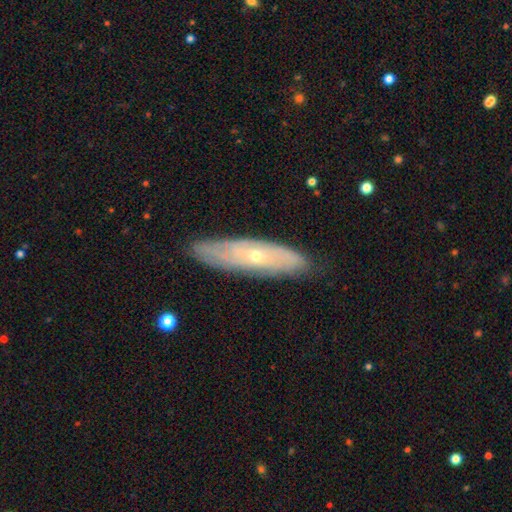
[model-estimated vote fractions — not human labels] Morphology: type=featured or disk (67%); edge-on=no (63%); merging=none (81%).